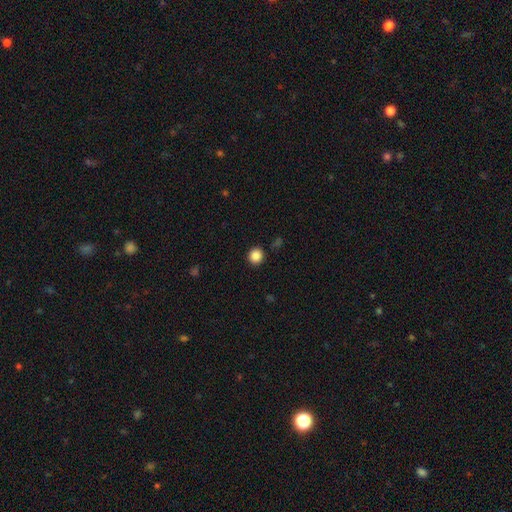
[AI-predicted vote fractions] Q: Smooth or featured?
A: smooth (86%); runner-up: star or artifact (10%)
Q: How rounded?
A: round (91%); runner-up: in between (8%)
Q: Merging?
A: none (91%); runner-up: minor disturbance (6%)